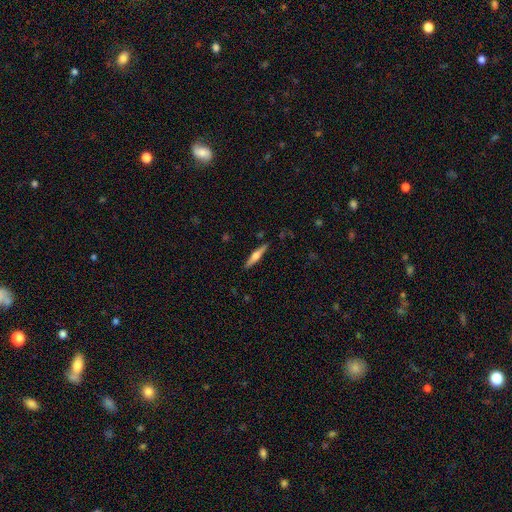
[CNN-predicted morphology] This is likely a featured or disk galaxy (61%). It is clearly viewed edge-on (97%). Edge-on bulge: clearly rounded (90%). Merging: clearly none (89%).